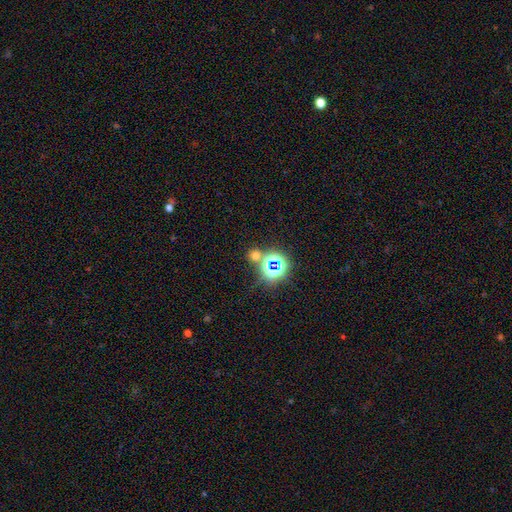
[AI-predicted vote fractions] smooth_or_featured: smooth (p=0.47) [alt: star or artifact p=0.45]
merging: none (p=0.69) [alt: merger p=0.19]